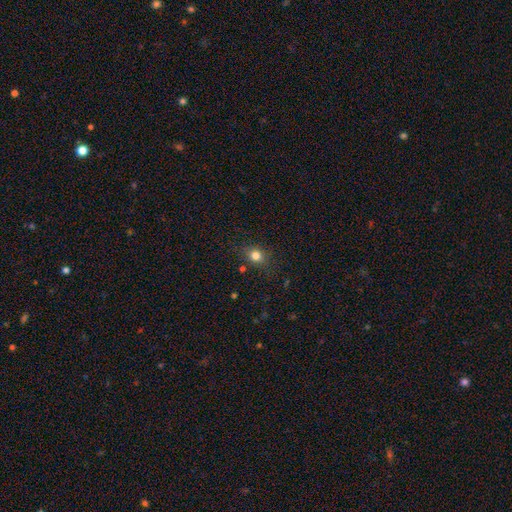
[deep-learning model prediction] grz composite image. It shows a smooth galaxy with no disk features (79%) that is round (64%). Merging: none (80%).